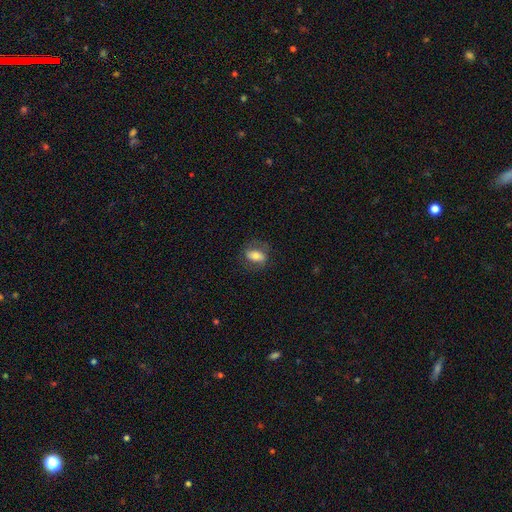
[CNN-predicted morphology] Q: Smooth or featured?
A: smooth (65%); runner-up: featured or disk (28%)
Q: How rounded?
A: in between (81%); runner-up: round (12%)
Q: Merging?
A: none (73%); runner-up: minor disturbance (17%)